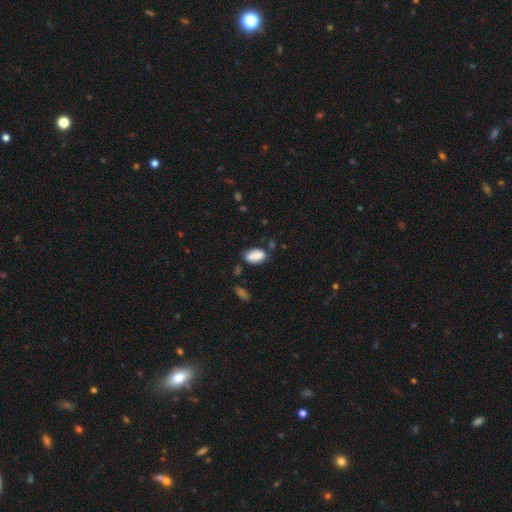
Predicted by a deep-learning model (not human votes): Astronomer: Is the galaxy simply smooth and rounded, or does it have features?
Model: smooth — 86%.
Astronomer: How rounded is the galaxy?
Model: in between — 92%.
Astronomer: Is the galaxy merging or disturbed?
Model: none — 67%.